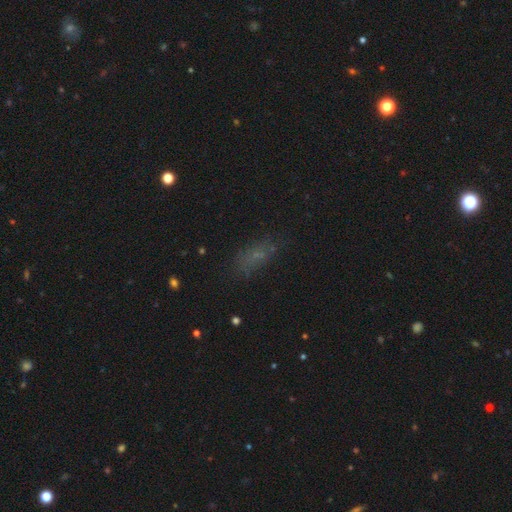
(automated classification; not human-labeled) Morphology: type=smooth (58%); roundness=in between (72%); merging=none (60%).